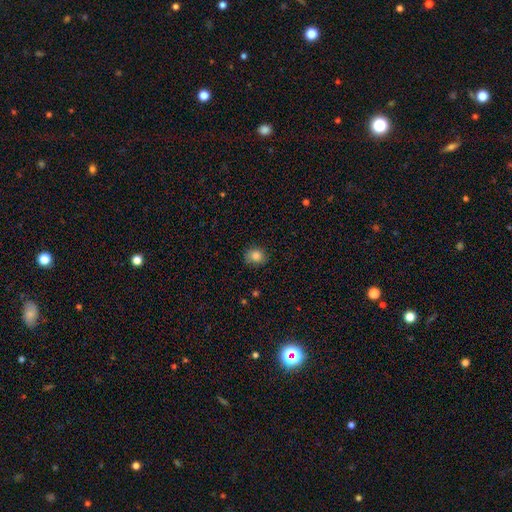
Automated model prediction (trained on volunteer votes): smooth-or-featured: smooth: 85% | star or artifact: 10% | featured or disk: 5%
  how-rounded: round: 73% | in between: 26% | cigar-shaped: 1%
  merging: none: 81% | minor disturbance: 15% | major disturbance: 3% | merger: 1%